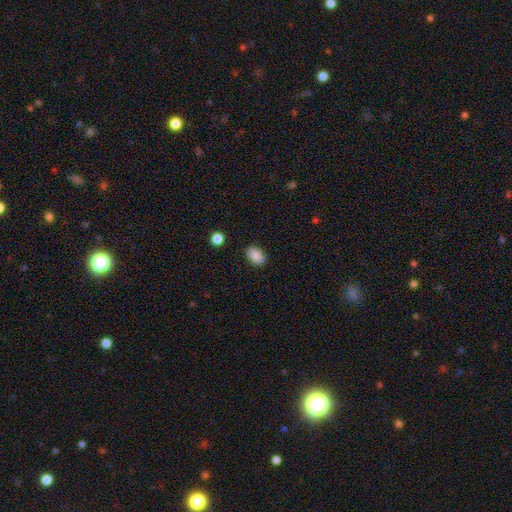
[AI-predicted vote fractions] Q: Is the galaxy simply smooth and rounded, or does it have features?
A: smooth — 86%.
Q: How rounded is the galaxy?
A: in between — 81%.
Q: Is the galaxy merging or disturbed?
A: none — 85%.